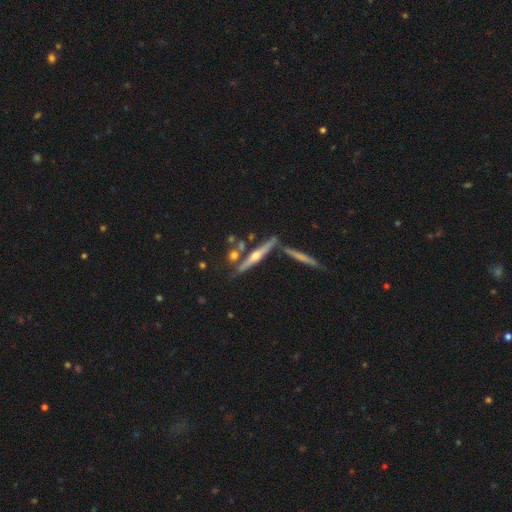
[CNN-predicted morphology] A featured or disk galaxy (71%) viewed edge-on (96%) with a rounded central bulge (86%).

Vote fractions:
- Smooth or featured? featured or disk: 71% / smooth: 22% / star or artifact: 7%
- Edge-on disk? yes: 96% / no: 4%
- Edge-on bulge? rounded: 86% / none: 10% / boxy: 4%
- Merging? none: 73% / merger: 13% / minor disturbance: 10% / major disturbance: 3%